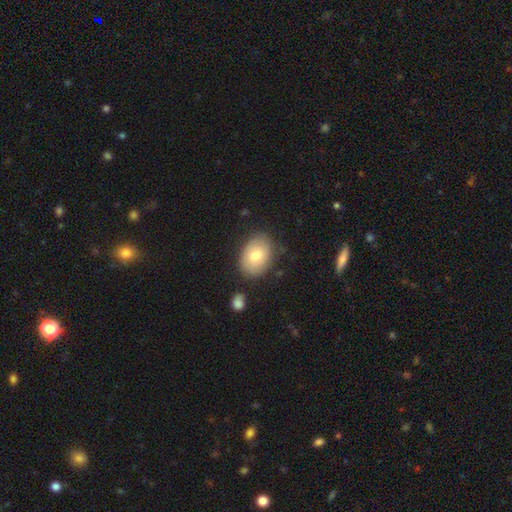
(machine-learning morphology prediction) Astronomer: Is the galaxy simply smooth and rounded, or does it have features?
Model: smooth — 73%.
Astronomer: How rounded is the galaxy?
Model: in between — 78%.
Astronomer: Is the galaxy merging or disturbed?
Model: none — 78%.